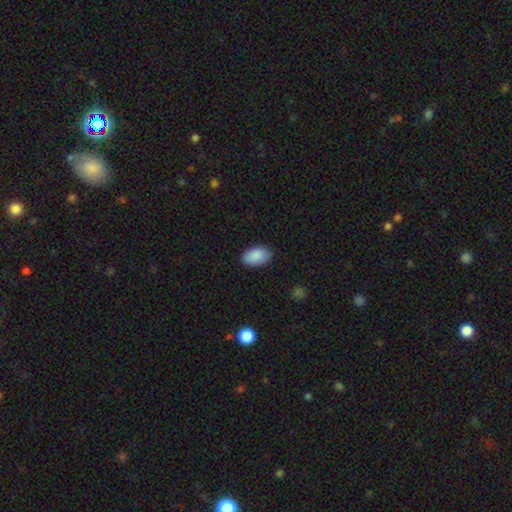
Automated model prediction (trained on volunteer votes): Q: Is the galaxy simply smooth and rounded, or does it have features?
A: smooth — 89%.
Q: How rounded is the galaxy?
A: in between — 93%.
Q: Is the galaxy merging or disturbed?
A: none — 86%.